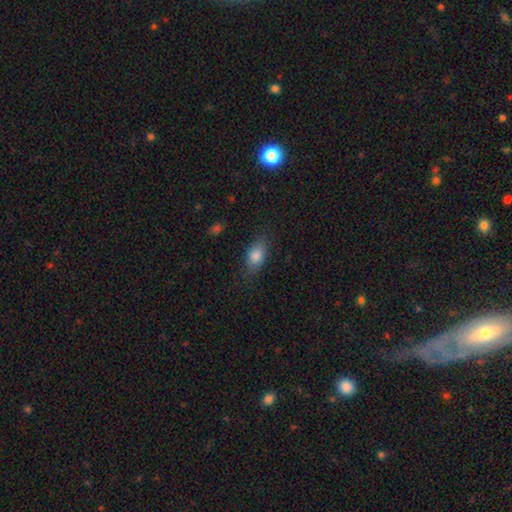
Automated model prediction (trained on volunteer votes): Q: Smooth or featured?
A: smooth (83%); runner-up: featured or disk (9%)
Q: How rounded?
A: in between (85%); runner-up: round (8%)
Q: Merging?
A: none (80%); runner-up: minor disturbance (15%)